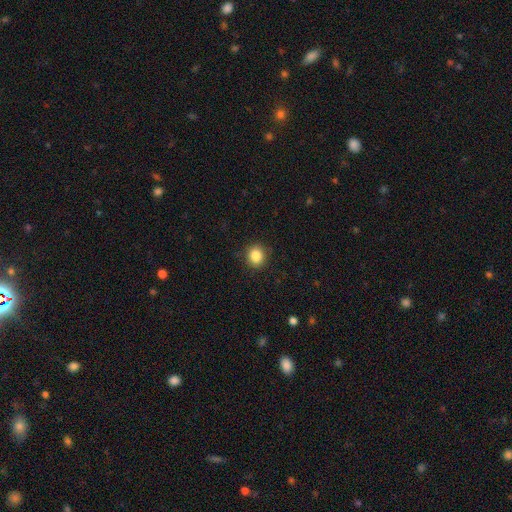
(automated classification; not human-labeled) Smooth or featured? Predicted: smooth (p=0.86). How rounded? Predicted: round (p=0.83). Merging? Predicted: none (p=0.89).